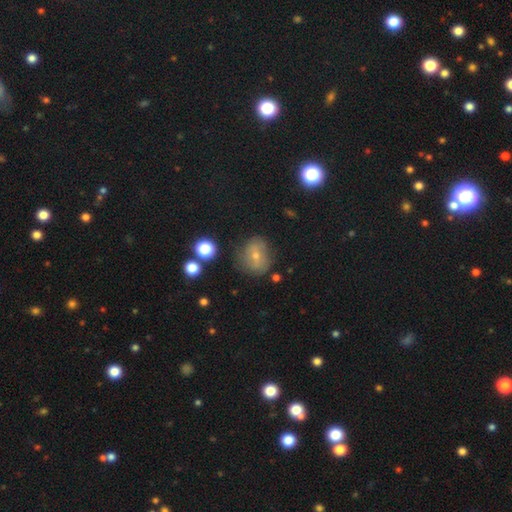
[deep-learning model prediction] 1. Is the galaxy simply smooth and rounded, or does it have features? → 53% smooth, 33% featured or disk, 14% star or artifact.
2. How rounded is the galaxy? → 66% round, 33% in between, 1% cigar-shaped.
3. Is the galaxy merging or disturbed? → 68% none, 20% minor disturbance, 8% major disturbance, 3% merger.